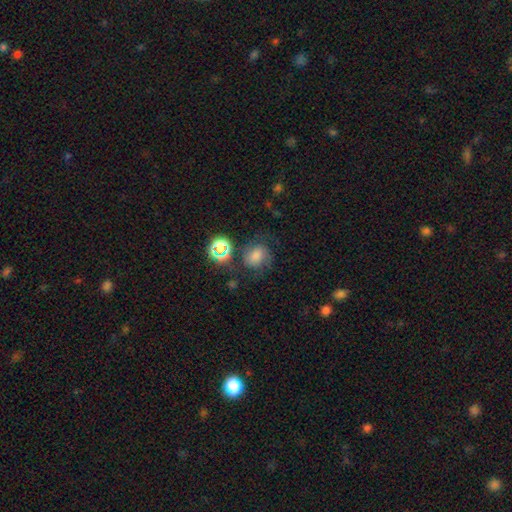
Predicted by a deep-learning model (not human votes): This is possibly a smooth galaxy (57%). How rounded: possibly round (58%). Merging: possibly none (57%).